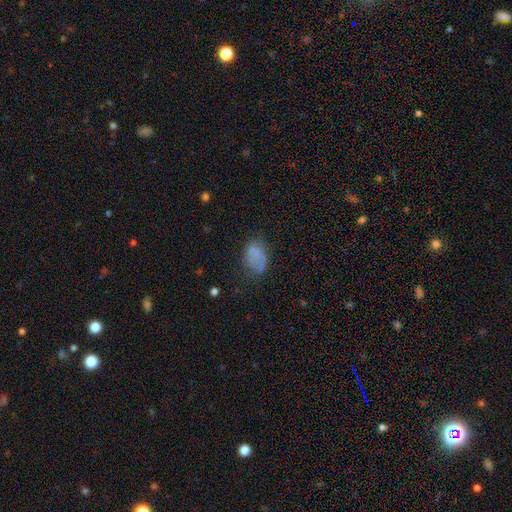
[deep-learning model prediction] Q: Smooth or featured?
A: smooth (72%); runner-up: featured or disk (16%)
Q: How rounded?
A: in between (83%); runner-up: round (15%)
Q: Merging?
A: none (50%); runner-up: minor disturbance (29%)